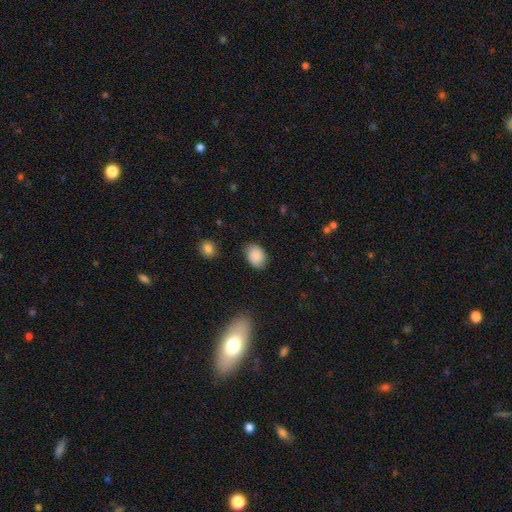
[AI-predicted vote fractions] A smooth galaxy with no disk features (84%) that is in between round and cigar-shaped (70%).

Vote fractions:
- Smooth or featured? smooth: 84% / star or artifact: 8% / featured or disk: 8%
- How rounded? in between: 70% / round: 29% / cigar-shaped: 1%
- Merging? none: 78% / minor disturbance: 17% / major disturbance: 3% / merger: 2%